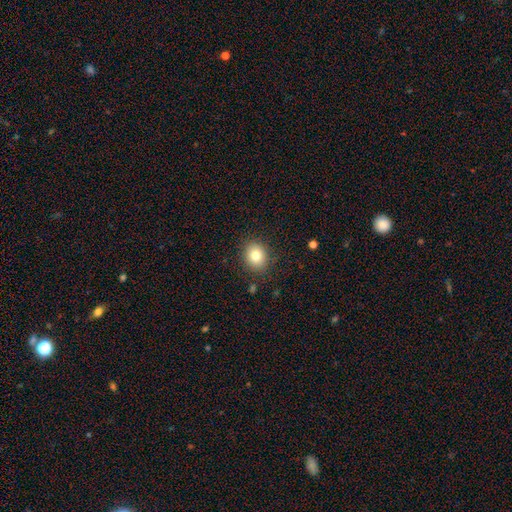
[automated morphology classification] This is likely a smooth galaxy (80%). How rounded: likely round (65%). Merging: clearly none (87%).